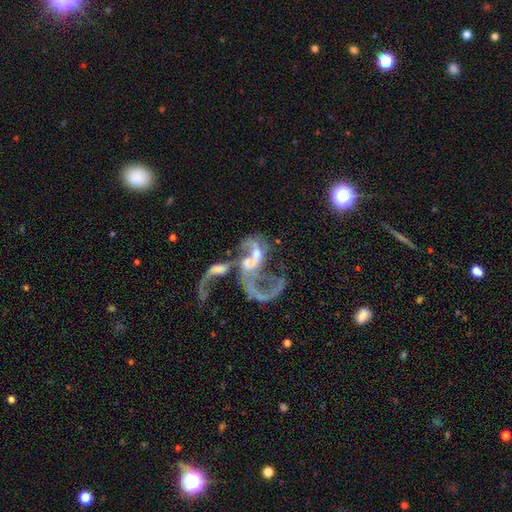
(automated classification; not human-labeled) A featured or disk galaxy (74%) with no bar (66%), spiral arms (57%) and a moderate central bulge (33%). Merging: merger (67%).